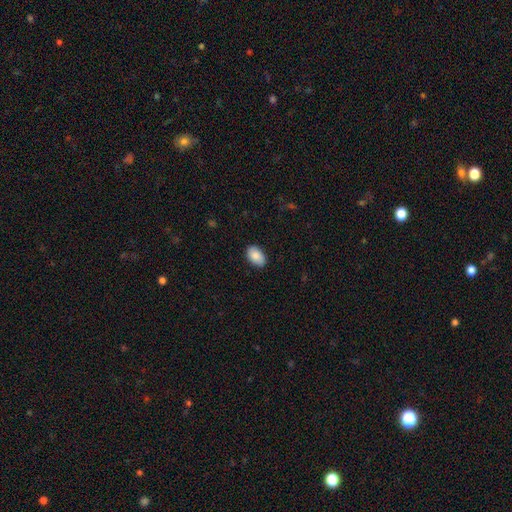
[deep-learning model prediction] Smooth or featured?
  - smooth: 87% *
  - star or artifact: 7%
  - featured or disk: 6%
How rounded?
  - in between: 92% *
  - round: 7%
  - cigar-shaped: 1%
Merging?
  - none: 87% *
  - minor disturbance: 11%
  - major disturbance: 2%
  - merger: 1%